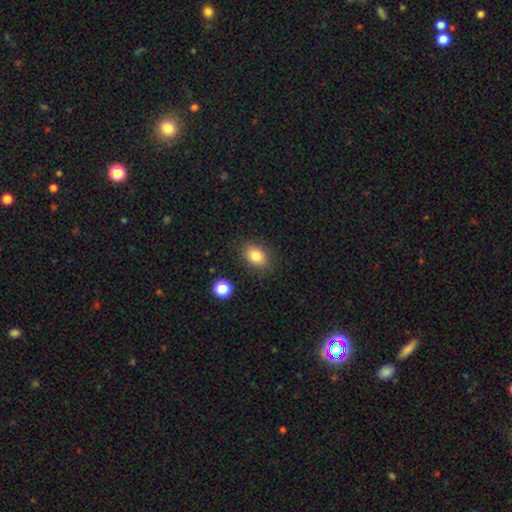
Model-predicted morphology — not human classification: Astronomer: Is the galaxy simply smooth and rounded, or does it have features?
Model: smooth — 82%.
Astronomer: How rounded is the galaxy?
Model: in between — 73%.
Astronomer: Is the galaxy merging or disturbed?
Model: none — 84%.